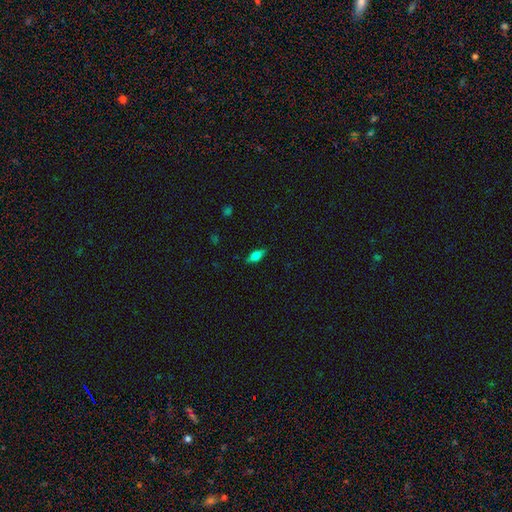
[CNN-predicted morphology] smooth-or-featured: smooth: 62% | featured or disk: 29% | star or artifact: 9%
  how-rounded: in between: 72% | cigar-shaped: 24% | round: 4%
  merging: none: 85% | minor disturbance: 12% | major disturbance: 3% | merger: 1%